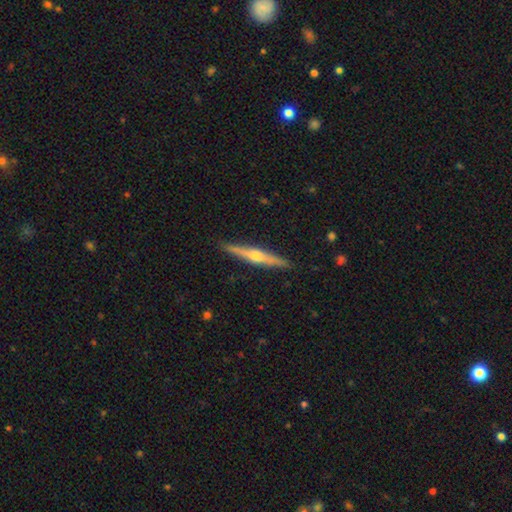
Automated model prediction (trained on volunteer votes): Q: Smooth or featured?
A: featured or disk (75%); runner-up: smooth (20%)
Q: Edge-on disk?
A: yes (98%); runner-up: no (2%)
Q: Edge-on bulge?
A: rounded (90%); runner-up: boxy (5%)
Q: Merging?
A: none (91%); runner-up: minor disturbance (7%)